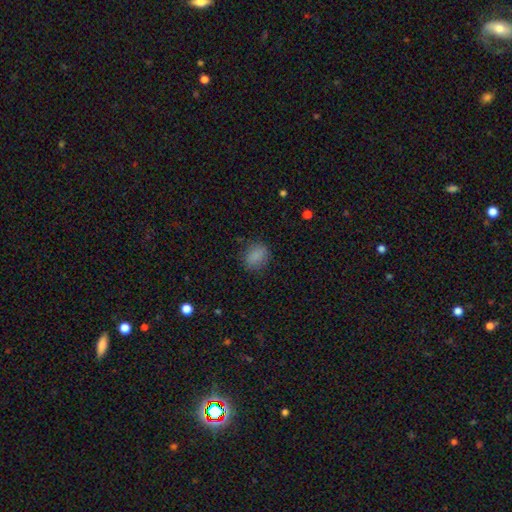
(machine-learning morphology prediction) A smooth galaxy with no disk features (84%) that is in between round and cigar-shaped (50%).

Vote fractions:
- Smooth or featured? smooth: 84% / star or artifact: 10% / featured or disk: 6%
- How rounded? in between: 50% / round: 49% / cigar-shaped: 1%
- Merging? none: 80% / minor disturbance: 15% / major disturbance: 4% / merger: 1%